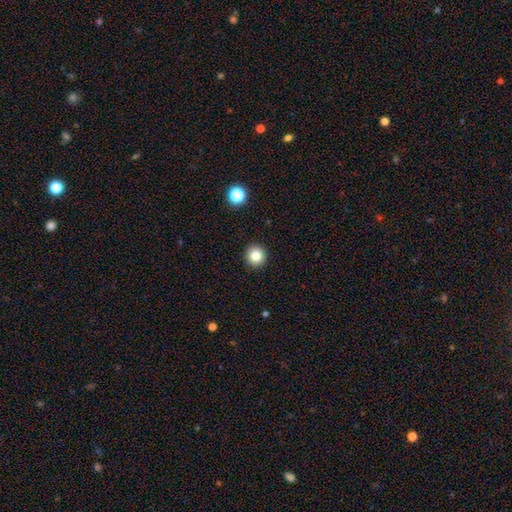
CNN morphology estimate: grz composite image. It shows a smooth galaxy with no disk features (82%) that is round (94%). Merging: none (93%).